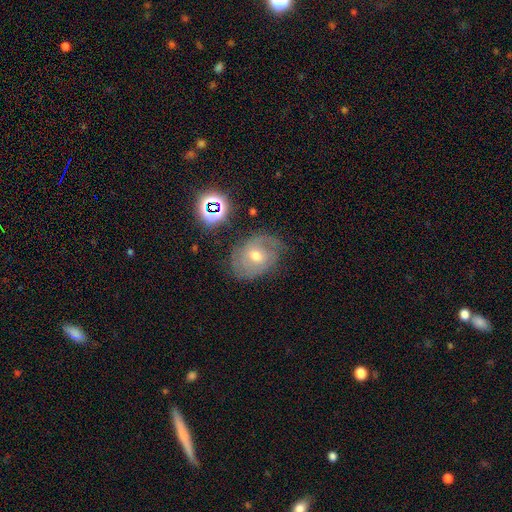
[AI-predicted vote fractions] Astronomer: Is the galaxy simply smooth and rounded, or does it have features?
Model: featured or disk — 64%.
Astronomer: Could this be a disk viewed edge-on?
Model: no — 96%.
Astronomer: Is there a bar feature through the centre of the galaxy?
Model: no — 55% (runner-up: weak, 37%).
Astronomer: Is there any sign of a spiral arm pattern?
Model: yes — 85%.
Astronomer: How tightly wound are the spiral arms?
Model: tight — 47% (runner-up: medium, 38%).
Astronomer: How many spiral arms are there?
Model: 2 — 48% (runner-up: can't tell, 29%).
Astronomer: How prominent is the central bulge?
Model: moderate — 69%.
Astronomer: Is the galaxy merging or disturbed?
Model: none — 67%.